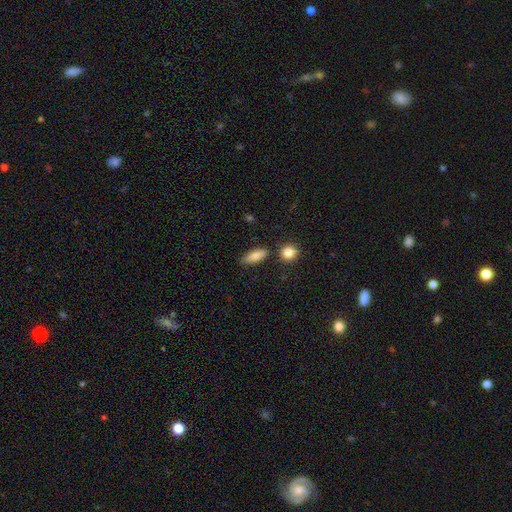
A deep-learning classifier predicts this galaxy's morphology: This is clearly a smooth galaxy (84%). How rounded: likely in between (73%). Merging: likely none (77%).